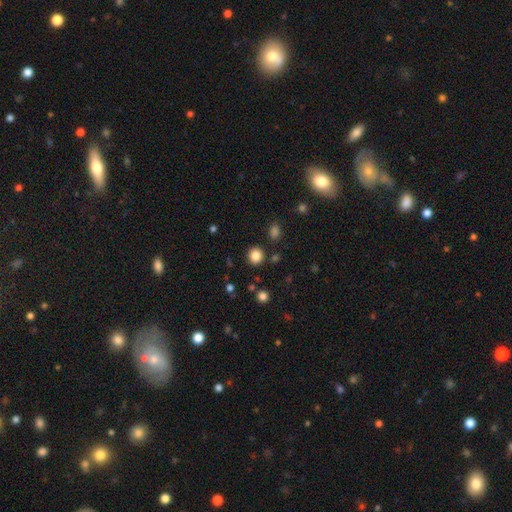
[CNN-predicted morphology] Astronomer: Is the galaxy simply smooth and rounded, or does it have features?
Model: smooth — 85%.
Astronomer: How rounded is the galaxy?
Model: round — 88%.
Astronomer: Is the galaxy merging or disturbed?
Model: none — 88%.